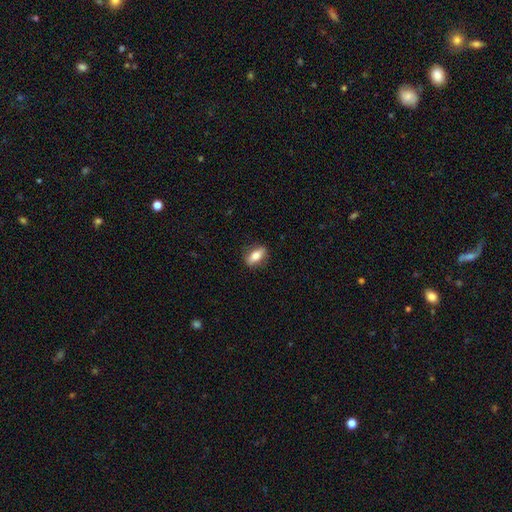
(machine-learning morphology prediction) Smooth or featured?
  - smooth: 72% *
  - featured or disk: 21%
  - star or artifact: 7%
How rounded?
  - in between: 77% *
  - cigar-shaped: 17%
  - round: 6%
Merging?
  - none: 83% *
  - minor disturbance: 13%
  - major disturbance: 3%
  - merger: 1%